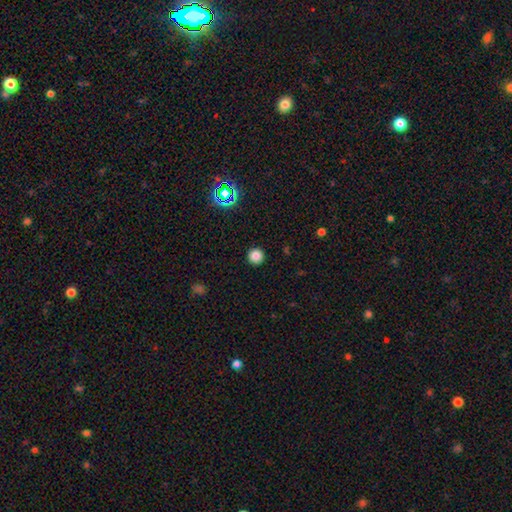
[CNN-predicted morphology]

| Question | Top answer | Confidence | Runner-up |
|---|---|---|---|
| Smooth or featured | smooth | 83% | star or artifact (14%) |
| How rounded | round | 96% | in between (3%) |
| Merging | none | 93% | minor disturbance (5%) |